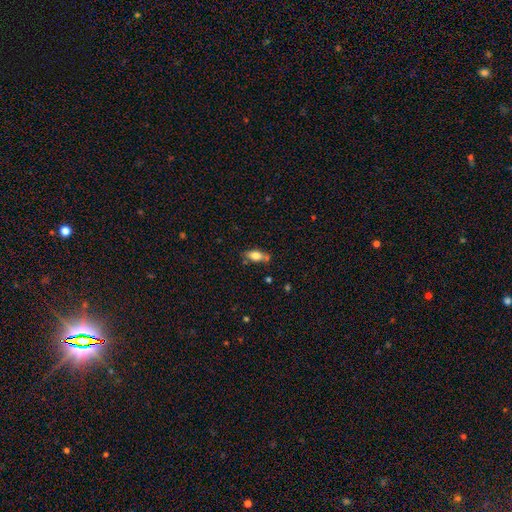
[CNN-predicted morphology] smooth_or_featured: smooth (p=0.73) [alt: featured or disk p=0.19]
how_rounded: in between (p=0.82) [alt: cigar-shaped p=0.14]
merging: none (p=0.63) [alt: minor disturbance p=0.21]